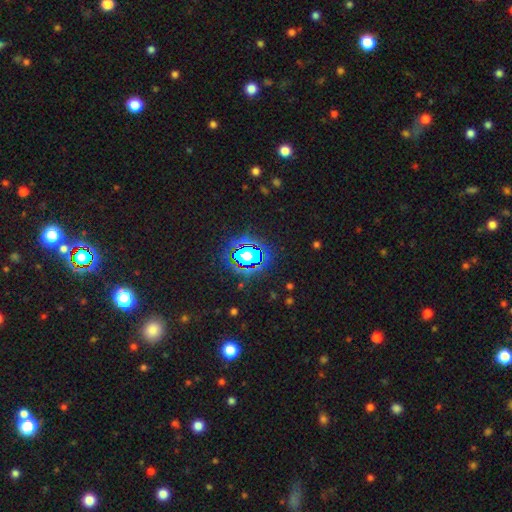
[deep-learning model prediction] smooth_or_featured: star or artifact (p=0.81) [alt: smooth p=0.12]